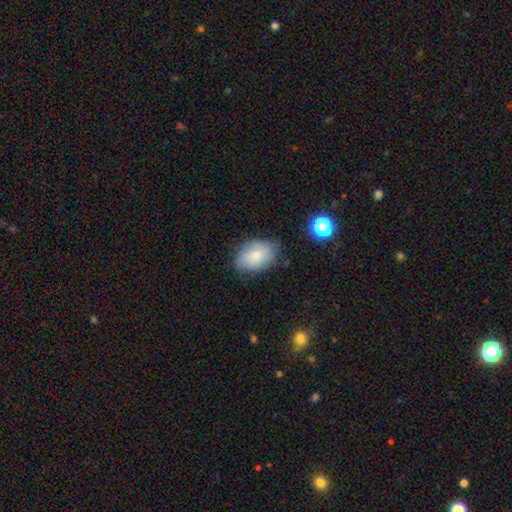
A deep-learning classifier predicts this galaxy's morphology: Q: Smooth or featured?
A: smooth (75%); runner-up: featured or disk (17%)
Q: How rounded?
A: in between (84%); runner-up: round (15%)
Q: Merging?
A: none (72%); runner-up: minor disturbance (21%)